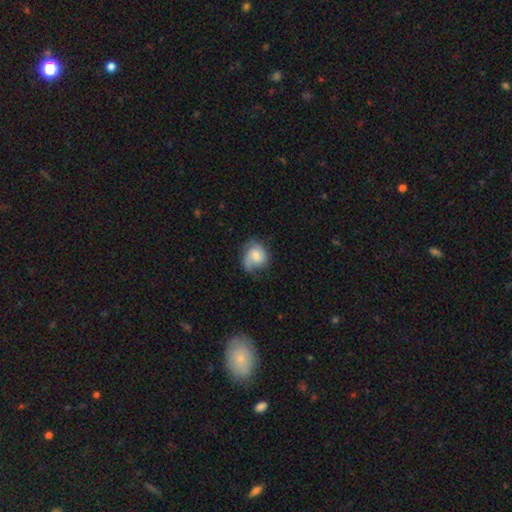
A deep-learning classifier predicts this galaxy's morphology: smooth_or_featured: featured or disk (p=0.46) [tied with: smooth p=0.46]
merging: none (p=0.49) [alt: minor disturbance p=0.30]